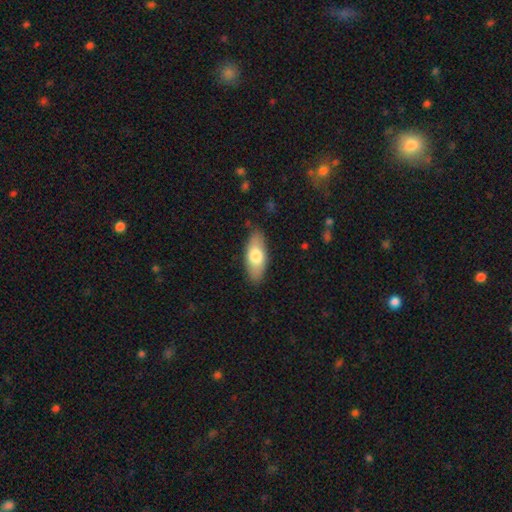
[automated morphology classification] Smooth or featured? smooth (73%)
How rounded? in between (79%)
Merging? none (84%)